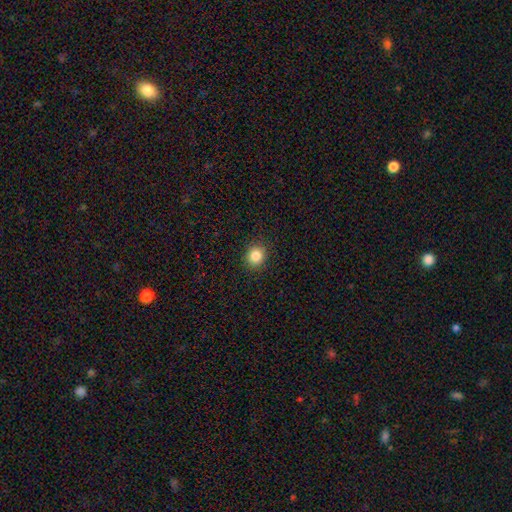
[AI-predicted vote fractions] Smooth or featured? smooth (84%)
How rounded? round (83%)
Merging? none (91%)